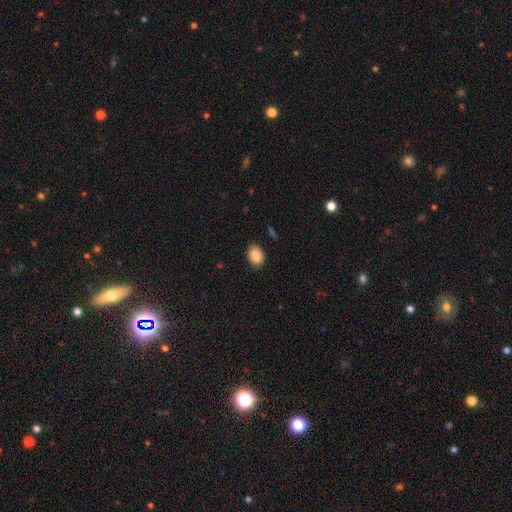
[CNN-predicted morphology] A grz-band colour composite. It shows a smooth galaxy with no disk features (87%) that is in between round and cigar-shaped (73%). Merging: none (89%).